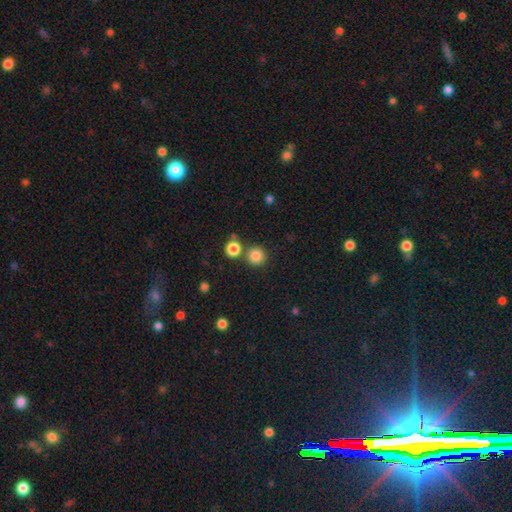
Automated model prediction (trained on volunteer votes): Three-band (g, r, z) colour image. It shows a smooth galaxy with no disk features (84%) that is round (94%). Merging: none (80%).